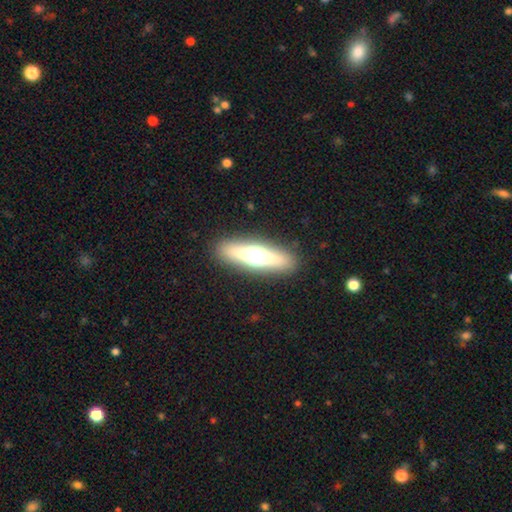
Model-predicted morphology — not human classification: type=featured or disk (51%); edge-on=yes (87%); merging=none (88%).